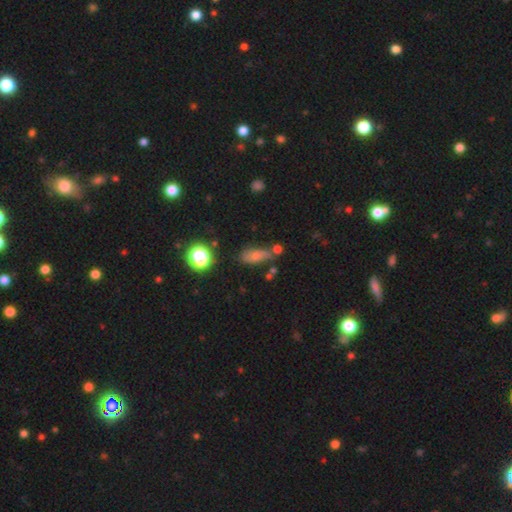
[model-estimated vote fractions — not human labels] A smooth galaxy with no disk features (62%) that is in between round and cigar-shaped (71%). Merging: none (48%).